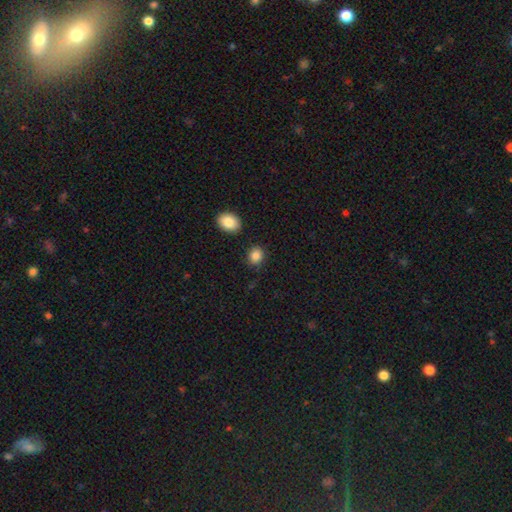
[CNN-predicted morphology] The model was most divided on "how rounded": round: 67%, in between: 32%, cigar-shaped: 1%. More confident: smooth or featured — smooth (85%); merging — none (83%).